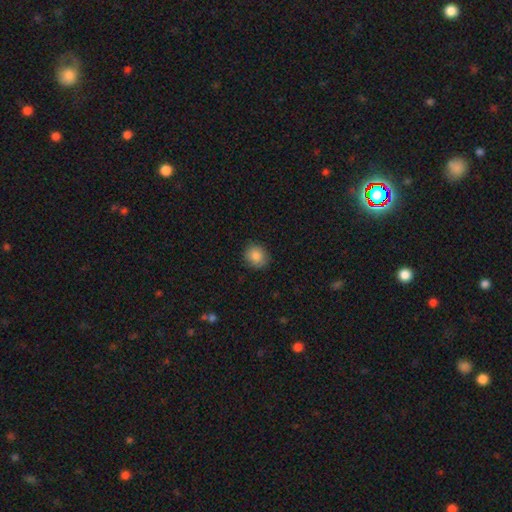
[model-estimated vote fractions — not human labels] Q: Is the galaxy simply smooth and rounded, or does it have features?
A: smooth — 86%.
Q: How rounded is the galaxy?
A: round — 77%.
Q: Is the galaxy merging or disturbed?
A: none — 87%.